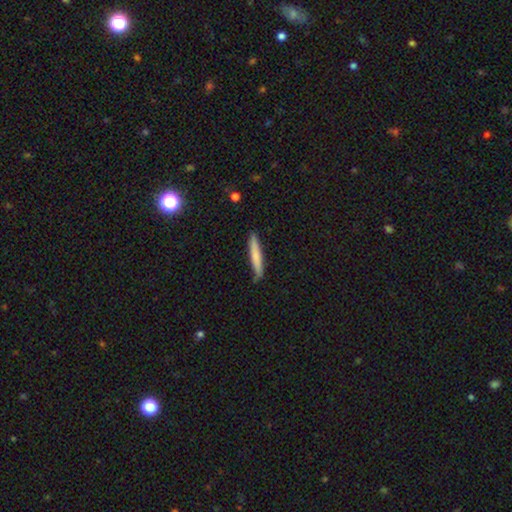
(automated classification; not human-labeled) Overall: smooth (73%). How rounded: cigar-shaped (93%). Merging: none (80%).